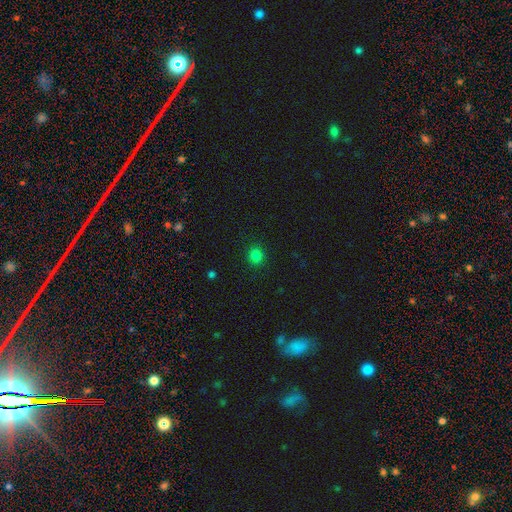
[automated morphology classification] smooth_or_featured: smooth (p=0.82) [alt: star or artifact p=0.15]
how_rounded: round (p=0.87) [alt: in between p=0.12]
merging: none (p=0.91) [alt: minor disturbance p=0.06]